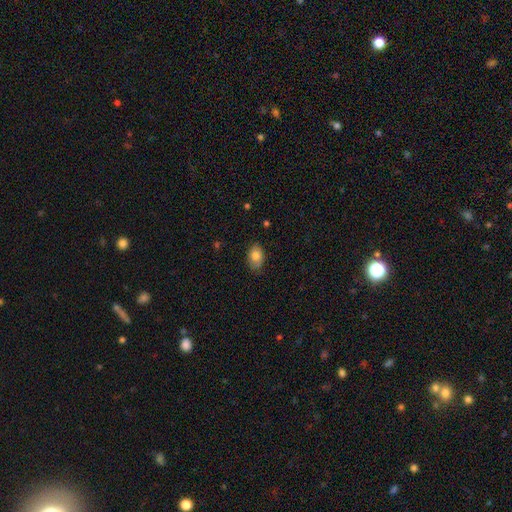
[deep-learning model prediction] The model was most divided on "smooth or featured": smooth: 80%, featured or disk: 12%, star or artifact: 7%. More confident: how rounded — in between (90%); merging — none (83%).